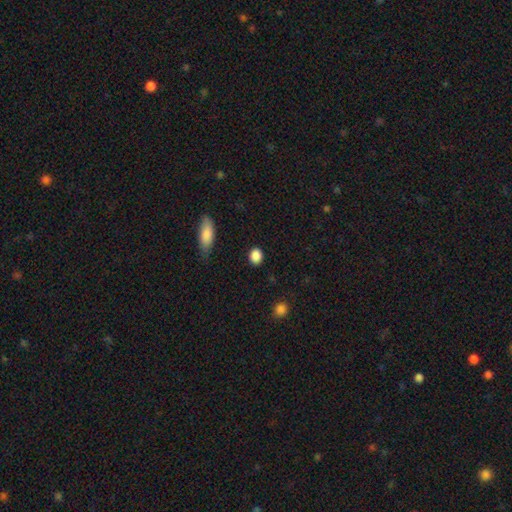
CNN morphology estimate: smooth-or-featured: smooth: 88% | star or artifact: 9% | featured or disk: 3%
  how-rounded: round: 63% | in between: 35% | cigar-shaped: 2%
  merging: none: 88% | minor disturbance: 8% | major disturbance: 2% | merger: 1%